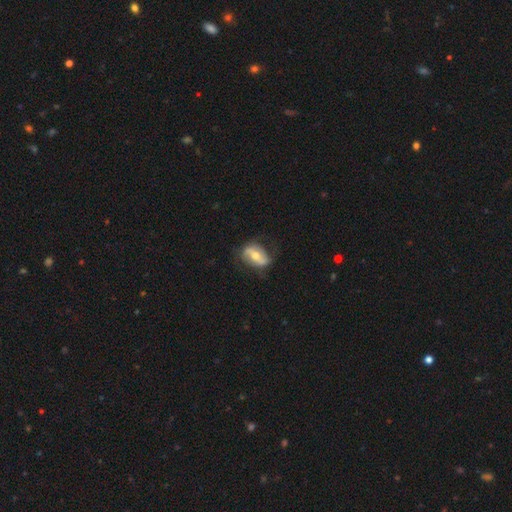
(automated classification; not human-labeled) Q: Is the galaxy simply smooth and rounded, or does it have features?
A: featured or disk — 62%.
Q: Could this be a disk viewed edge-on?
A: no — 91%.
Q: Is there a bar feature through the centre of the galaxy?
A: strong — 44%.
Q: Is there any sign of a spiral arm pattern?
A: yes — 75%.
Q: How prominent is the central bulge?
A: moderate — 65%.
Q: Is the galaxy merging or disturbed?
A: none — 67%.